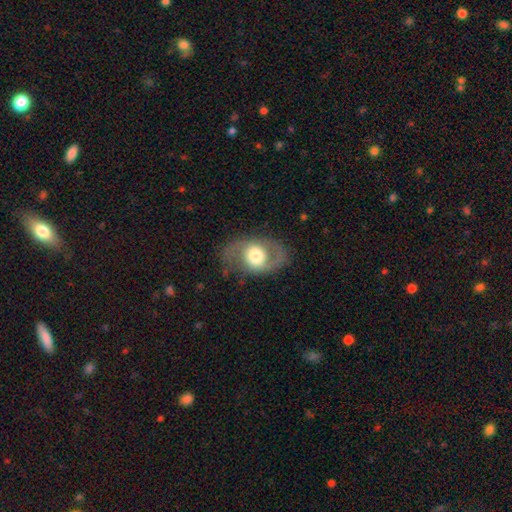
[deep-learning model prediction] Smooth or featured? featured or disk (68%)
Edge-on disk? no (95%)
Bar? no (69%)
Spiral arms? yes (73%)
Bulge size? large (45%)
Merging? none (74%)